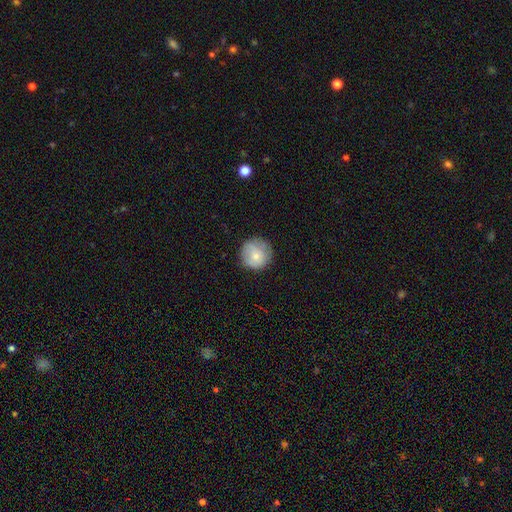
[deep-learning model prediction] Q: Smooth or featured?
A: smooth (77%); runner-up: featured or disk (16%)
Q: How rounded?
A: round (94%); runner-up: in between (5%)
Q: Merging?
A: none (78%); runner-up: minor disturbance (16%)